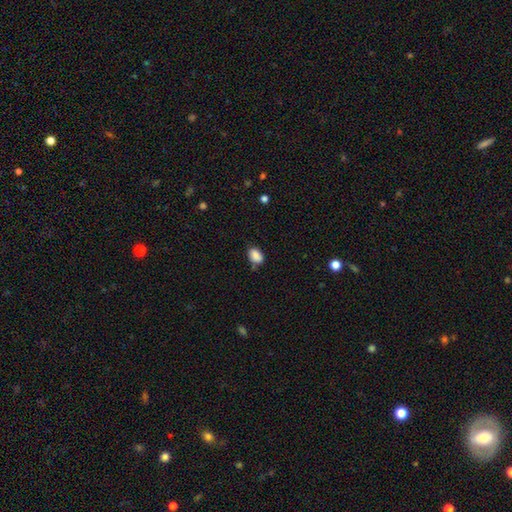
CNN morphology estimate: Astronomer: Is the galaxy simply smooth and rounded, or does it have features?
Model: smooth — 87%.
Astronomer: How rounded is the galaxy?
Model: in between — 83%.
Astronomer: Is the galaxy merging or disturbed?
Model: none — 71%.